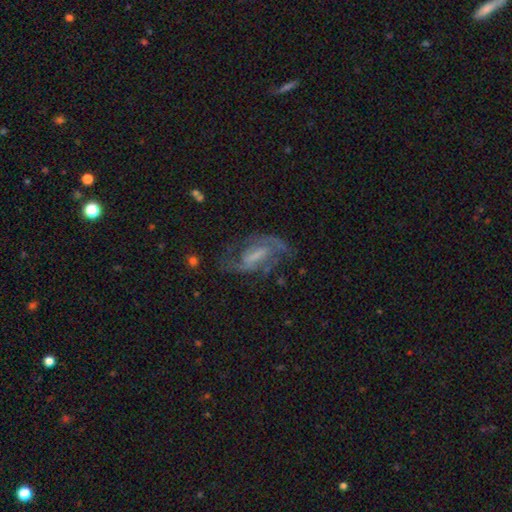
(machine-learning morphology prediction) This is likely a featured or disk galaxy (80%). It is clearly not viewed edge-on (95%). Bar: possibly weak (46%). Spiral arm pattern: clearly yes (91%). Spiral arm count: clearly 2 (80%). Spiral winding: possibly medium (53%). Central bulge: marginally none (36%). Merging: likely none (61%).